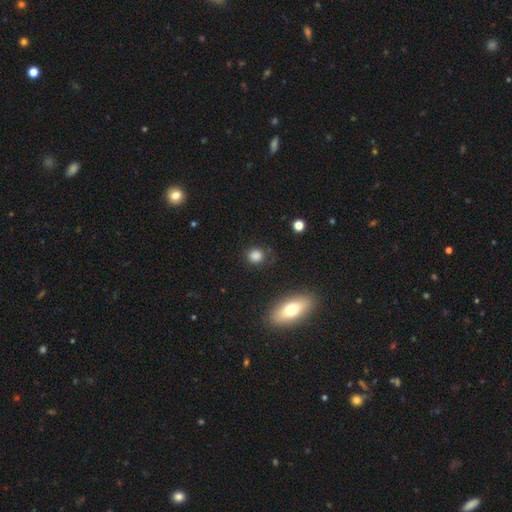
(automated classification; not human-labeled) Smooth or featured: smooth — 82% (star or artifact — 13%)
How rounded: round — 84% (in between — 14%)
Merging: none — 83% (minor disturbance — 11%)